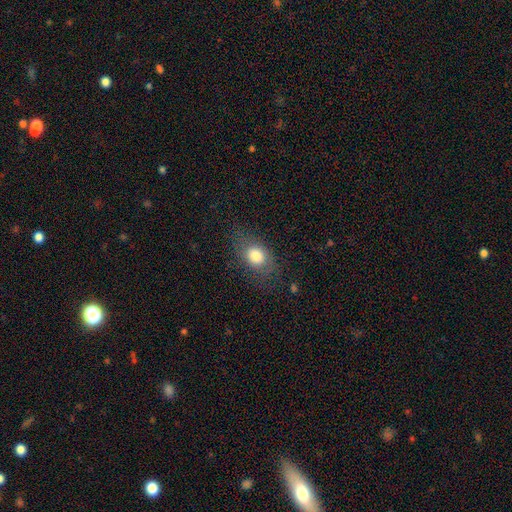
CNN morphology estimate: A smooth galaxy with no disk features (78%) that is in between round and cigar-shaped (69%). Merging: none (71%).